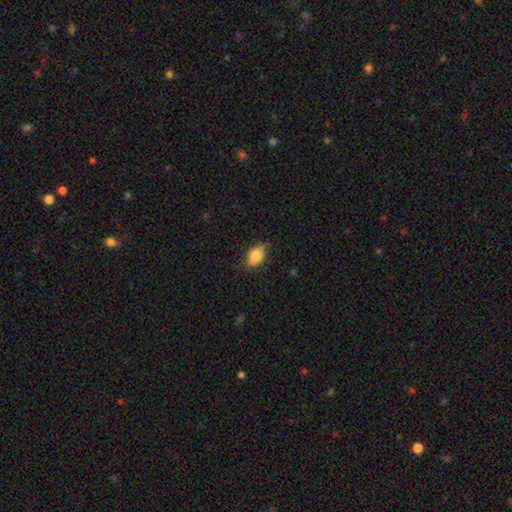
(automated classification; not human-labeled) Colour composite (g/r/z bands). It shows a smooth galaxy with no disk features (85%) that is in between round and cigar-shaped (87%). Merging: none (75%).